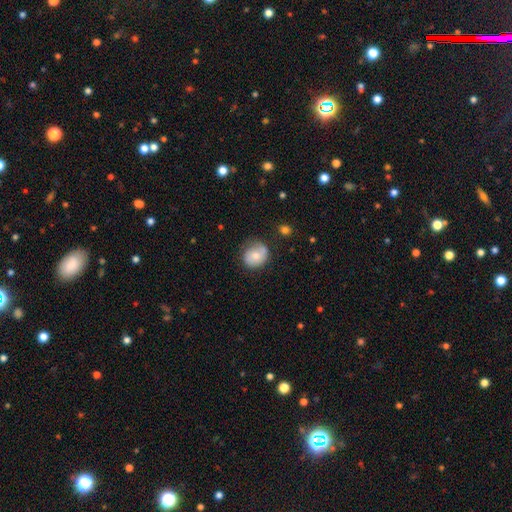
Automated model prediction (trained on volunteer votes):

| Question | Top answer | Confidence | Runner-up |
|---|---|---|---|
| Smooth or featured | smooth | 63% | featured or disk (29%) |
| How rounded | round | 73% | in between (26%) |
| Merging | none | 62% | minor disturbance (26%) |